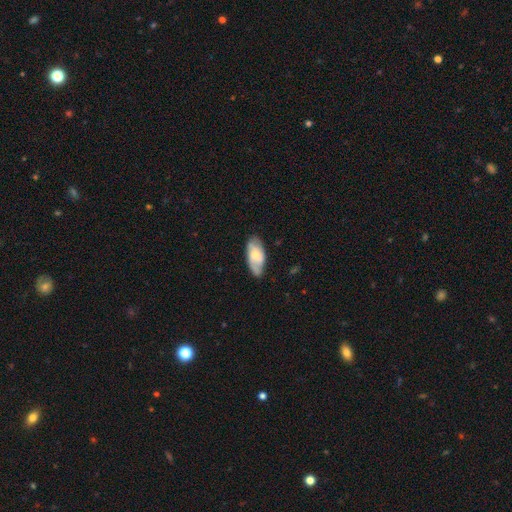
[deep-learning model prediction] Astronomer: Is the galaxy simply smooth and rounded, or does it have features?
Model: smooth — 48% (runner-up: featured or disk, 46%).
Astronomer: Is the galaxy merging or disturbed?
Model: none — 71%.